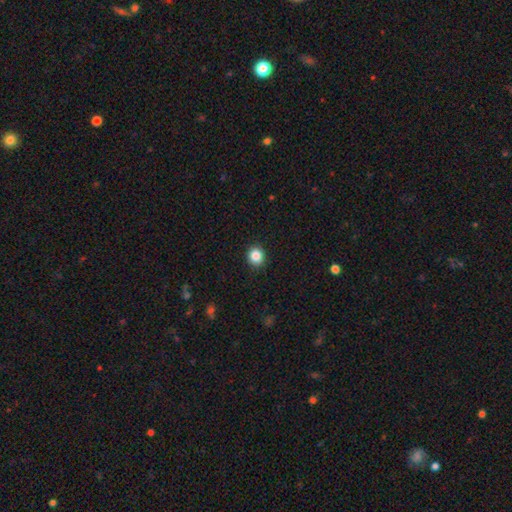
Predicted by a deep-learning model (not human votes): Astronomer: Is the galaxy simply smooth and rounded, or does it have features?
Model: smooth — 86%.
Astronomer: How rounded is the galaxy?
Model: round — 82%.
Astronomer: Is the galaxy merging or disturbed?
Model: none — 91%.